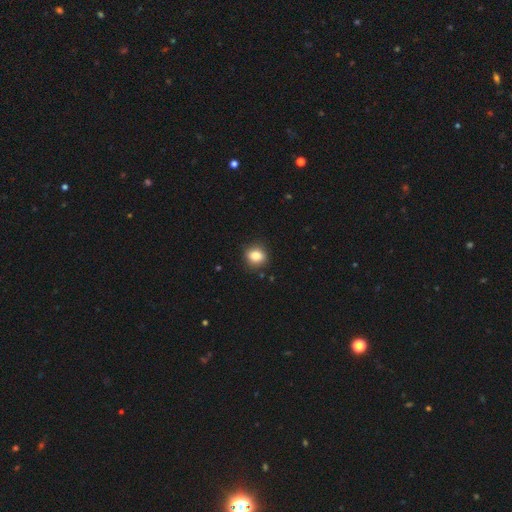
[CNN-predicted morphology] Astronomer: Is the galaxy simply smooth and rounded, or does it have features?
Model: smooth — 84%.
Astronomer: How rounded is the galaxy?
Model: round — 66%.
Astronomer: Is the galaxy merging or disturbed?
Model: none — 87%.